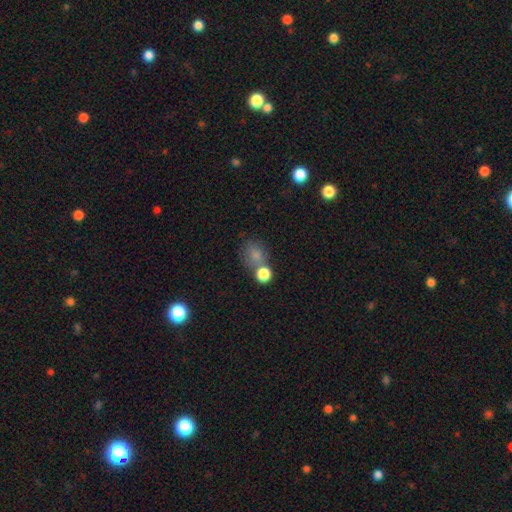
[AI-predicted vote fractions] A smooth galaxy with no disk features (78%) that is round (65%).

Vote fractions:
- Smooth or featured? smooth: 78% / star or artifact: 13% / featured or disk: 9%
- How rounded? round: 65% / in between: 34% / cigar-shaped: 1%
- Merging? none: 47% / merger: 29% / minor disturbance: 15% / major disturbance: 8%